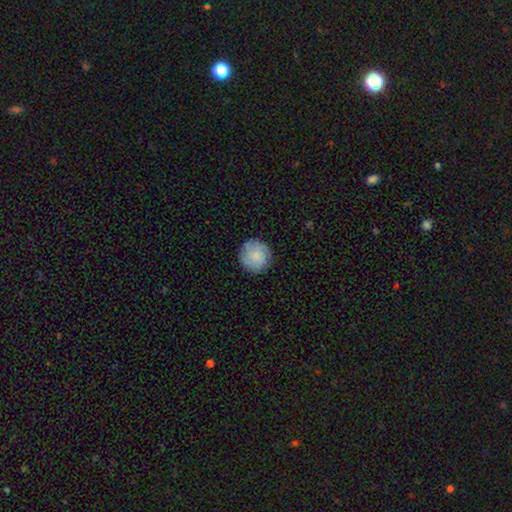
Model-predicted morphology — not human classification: Smooth or featured?
  - smooth: 79% *
  - featured or disk: 15%
  - star or artifact: 6%
How rounded?
  - round: 95% *
  - in between: 4%
  - cigar-shaped: 1%
Merging?
  - none: 85% *
  - minor disturbance: 11%
  - major disturbance: 3%
  - merger: 1%